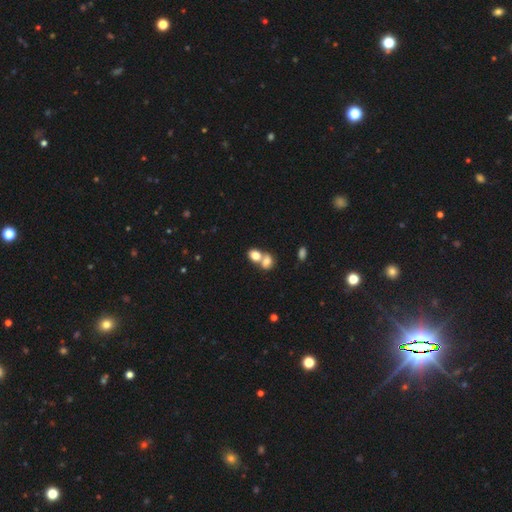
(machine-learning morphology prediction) Overall: smooth (78%). How rounded: in between (54%; round 44%). Merging: merger (64%; none 26%).